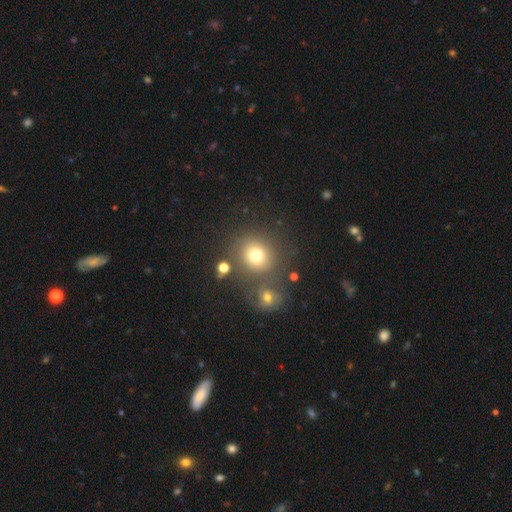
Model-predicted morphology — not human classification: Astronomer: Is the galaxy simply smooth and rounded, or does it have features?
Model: smooth — 72%.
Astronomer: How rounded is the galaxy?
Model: round — 84%.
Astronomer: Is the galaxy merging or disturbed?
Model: none — 66%.